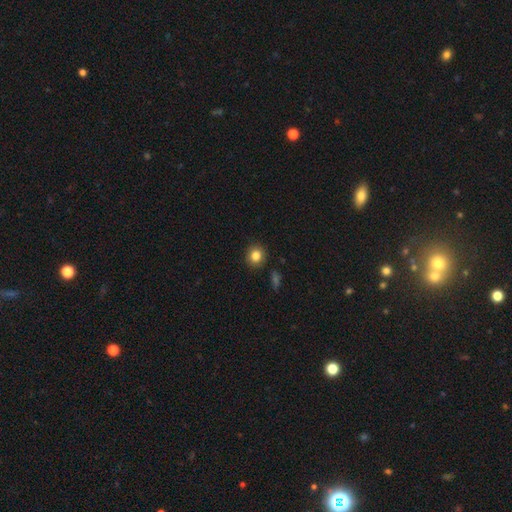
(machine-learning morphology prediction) The model was most divided on "how rounded": round: 84%, in between: 15%, cigar-shaped: 1%. More confident: merging — none (90%); smooth or featured — smooth (83%).